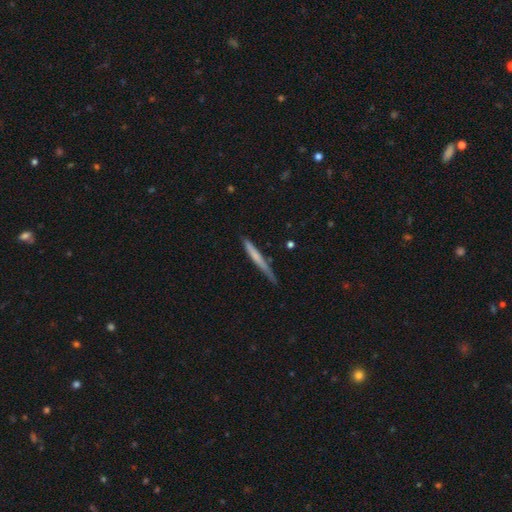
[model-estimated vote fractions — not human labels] This appears to be a smooth galaxy with no disk features (61%) that is cigar-shaped (96%). Merging: none (71%).